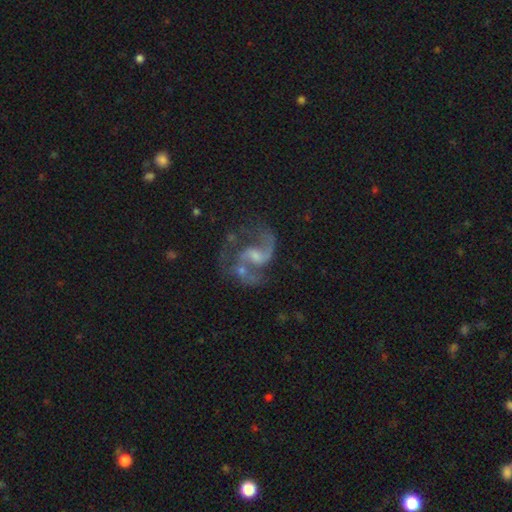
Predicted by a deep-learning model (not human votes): This is clearly a featured or disk galaxy (87%). It is clearly not viewed edge-on (98%). Bar: possibly weak (50%). Spiral arm pattern: clearly yes (94%). Spiral arm count: clearly 2 (83%). Spiral winding: possibly medium (48%). Central bulge: possibly small (47%). Merging: possibly none (45%).